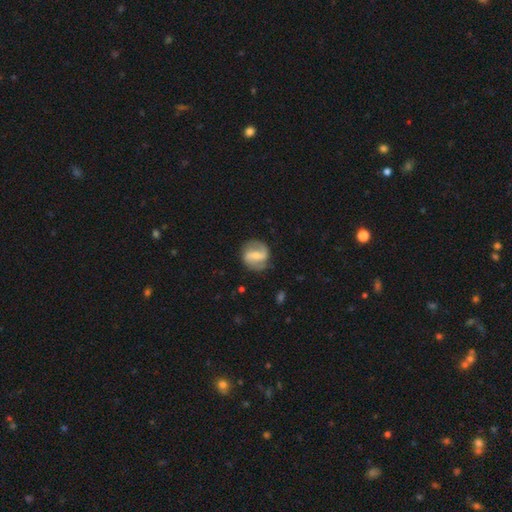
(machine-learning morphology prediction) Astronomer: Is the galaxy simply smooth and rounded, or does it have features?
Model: featured or disk — 78%.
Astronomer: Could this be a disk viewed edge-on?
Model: no — 97%.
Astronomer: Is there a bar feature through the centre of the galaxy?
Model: strong — 47% (runner-up: weak, 38%).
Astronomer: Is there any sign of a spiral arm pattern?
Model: yes — 90%.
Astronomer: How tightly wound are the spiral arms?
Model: medium — 42% (runner-up: loose, 40%).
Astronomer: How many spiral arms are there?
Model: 2 — 89%.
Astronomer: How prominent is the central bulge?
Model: small — 50% (runner-up: moderate, 39%).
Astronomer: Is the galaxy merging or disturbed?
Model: none — 80%.